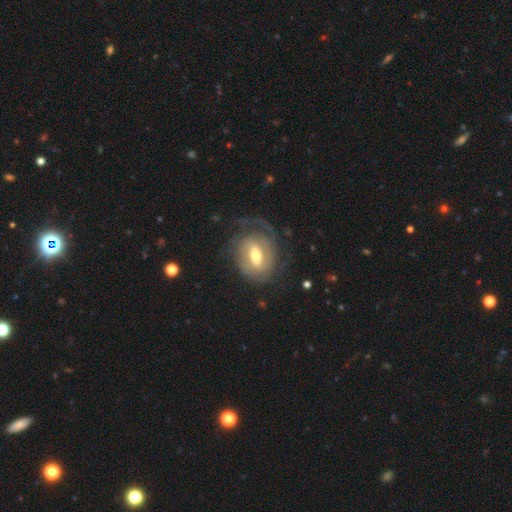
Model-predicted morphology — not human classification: A featured or disk galaxy (76%) with a weak bar (47%), 2 (42%) tight (55%) spiral arms (84%) and a moderate central bulge (67%).

Vote fractions:
- Smooth or featured? featured or disk: 76% / smooth: 18% / star or artifact: 6%
- Edge-on disk? no: 95% / yes: 5%
- Bar? weak: 47% / strong: 34% / no: 18%
- Spiral arms? yes: 84% / no: 16%
- Spiral winding? tight: 55% / medium: 31% / loose: 14%
- Spiral arm count? 2: 42% / can't tell: 30% / 1: 16% / 3: 7% / 4: 3% / more than 4: 3%
- Bulge size? moderate: 67% / small: 19% / large: 12% / none: 1% / dominant: 1%
- Merging? none: 57% / major disturbance: 20% / minor disturbance: 20% / merger: 2%